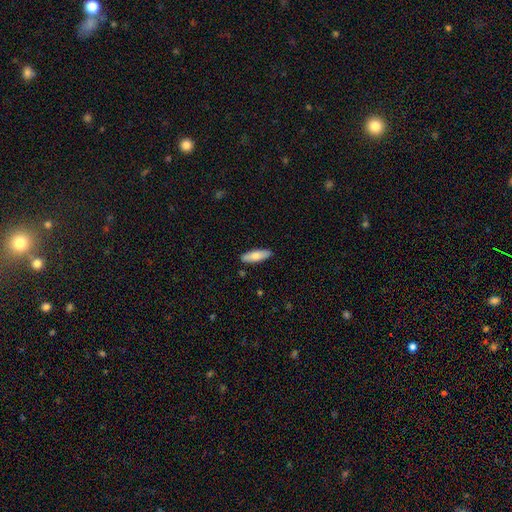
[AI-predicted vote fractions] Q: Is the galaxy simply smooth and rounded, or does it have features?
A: smooth — 76%.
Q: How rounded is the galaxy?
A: in between — 53%.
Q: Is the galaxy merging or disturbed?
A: none — 88%.